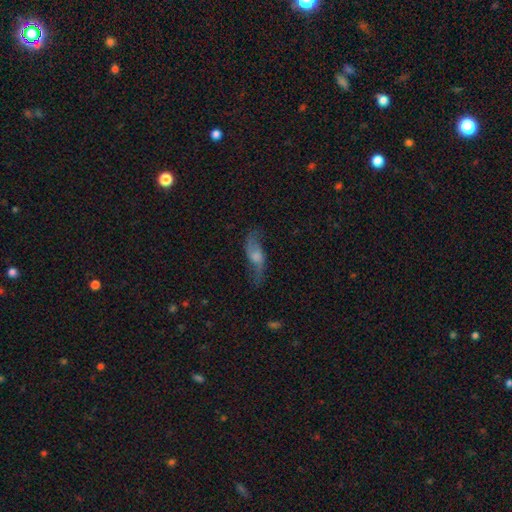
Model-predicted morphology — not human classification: The model was most divided on "smooth or featured": featured or disk: 62%, smooth: 28%, star or artifact: 10%. More confident: edge-on disk — no (73%); merging — none (66%).